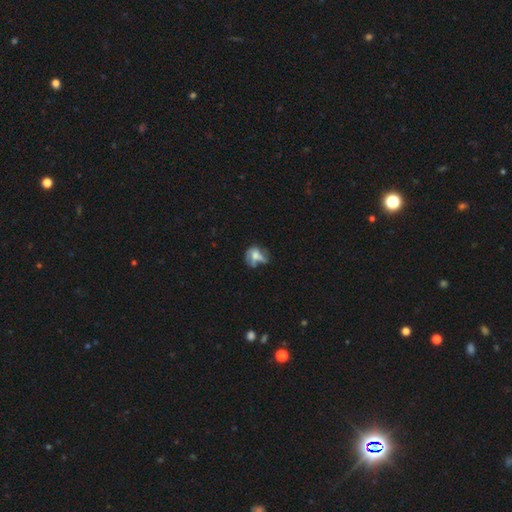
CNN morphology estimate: Q: Smooth or featured?
A: smooth (52%); runner-up: featured or disk (35%)
Q: How rounded?
A: round (49%); runner-up: in between (48%)
Q: Merging?
A: none (32%); runner-up: major disturbance (30%)